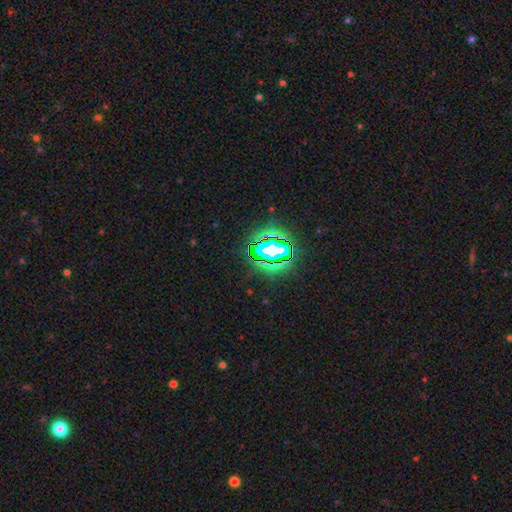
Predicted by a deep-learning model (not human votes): smooth-or-featured: star or artifact: 80% | smooth: 13% | featured or disk: 7%